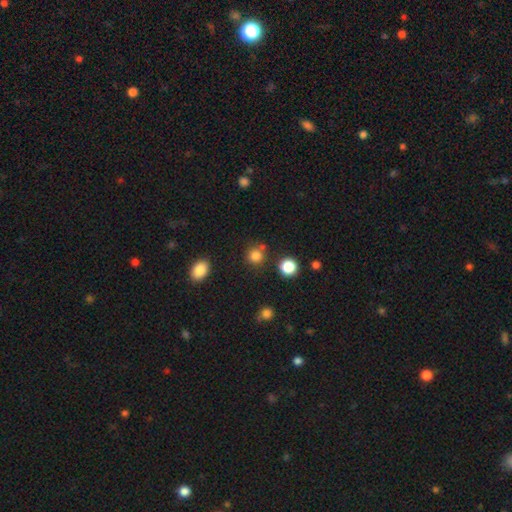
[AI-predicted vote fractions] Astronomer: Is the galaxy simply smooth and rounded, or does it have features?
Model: smooth — 81%.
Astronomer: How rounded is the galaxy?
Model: round — 89%.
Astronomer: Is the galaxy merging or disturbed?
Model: none — 76%.